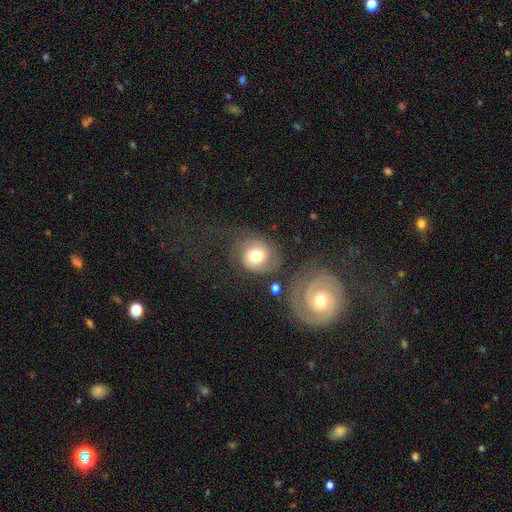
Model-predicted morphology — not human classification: Smooth or featured? featured or disk (48%)
Merging? none (59%)